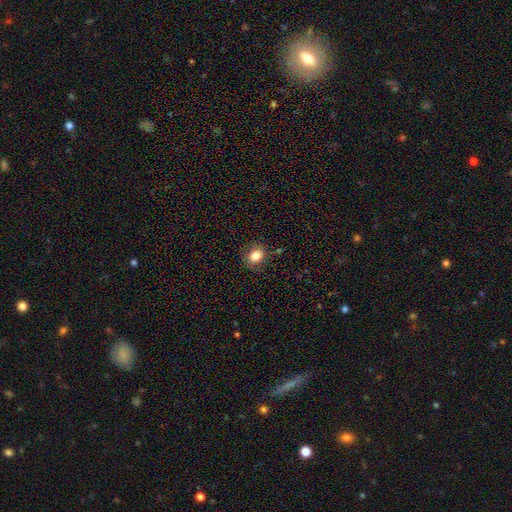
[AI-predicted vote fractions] smooth_or_featured: smooth (p=0.82) [alt: star or artifact p=0.10]
how_rounded: round (p=0.50) [alt: in between p=0.49]
merging: none (p=0.82) [alt: minor disturbance p=0.13]